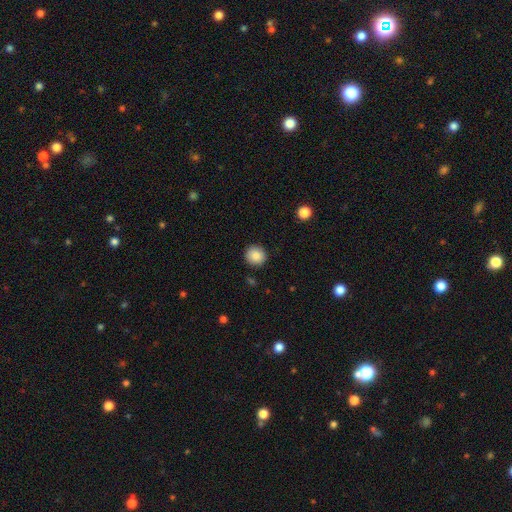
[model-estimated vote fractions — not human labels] Smooth or featured: smooth — 87% (star or artifact — 8%)
How rounded: round — 93% (in between — 6%)
Merging: none — 91% (minor disturbance — 6%)